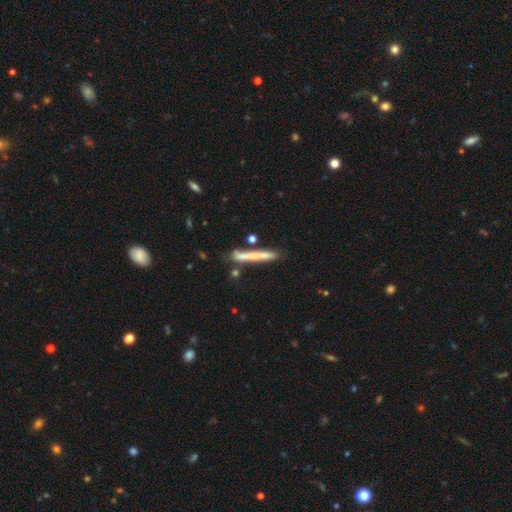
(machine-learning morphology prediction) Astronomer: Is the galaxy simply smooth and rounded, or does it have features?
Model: smooth — 65%.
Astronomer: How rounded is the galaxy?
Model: cigar-shaped — 96%.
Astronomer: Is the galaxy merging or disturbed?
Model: none — 74%.